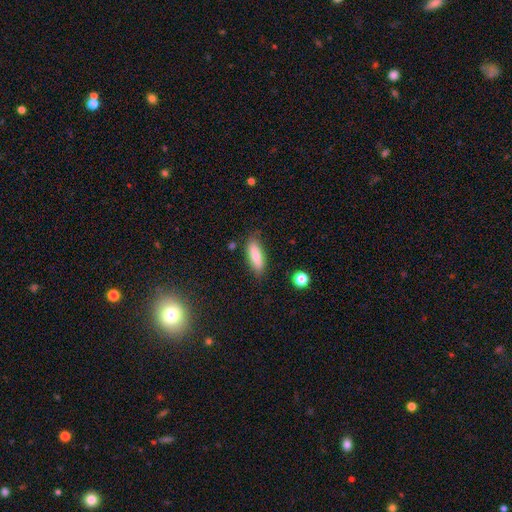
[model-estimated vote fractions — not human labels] A smooth galaxy with no disk features (80%) that is in between round and cigar-shaped (61%).

Vote fractions:
- Smooth or featured? smooth: 80% / featured or disk: 13% / star or artifact: 7%
- How rounded? in between: 61% / cigar-shaped: 37% / round: 2%
- Merging? none: 80% / minor disturbance: 15% / major disturbance: 3% / merger: 2%